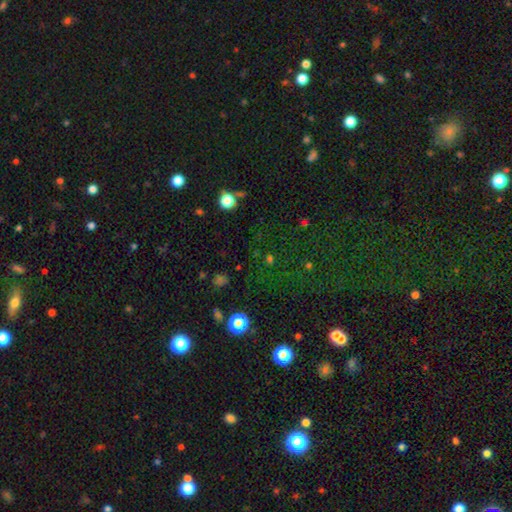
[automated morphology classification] Overall: star or artifact (66%).